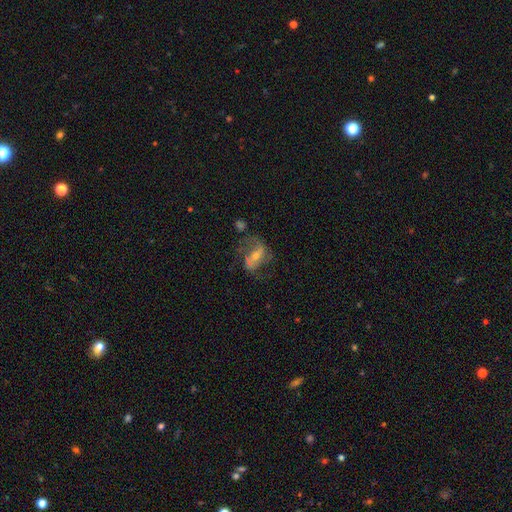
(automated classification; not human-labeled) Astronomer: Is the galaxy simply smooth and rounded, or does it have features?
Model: featured or disk — 74%.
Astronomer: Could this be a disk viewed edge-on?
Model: no — 96%.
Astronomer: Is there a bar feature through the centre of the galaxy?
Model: weak — 42% (runner-up: no, 30%).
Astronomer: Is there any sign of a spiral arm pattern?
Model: yes — 85%.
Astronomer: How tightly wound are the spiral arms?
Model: loose — 50% (runner-up: medium, 39%).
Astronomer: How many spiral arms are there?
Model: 2 — 79%.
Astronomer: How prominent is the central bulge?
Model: small — 47% (runner-up: moderate, 45%).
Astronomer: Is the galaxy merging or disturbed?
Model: none — 51%.